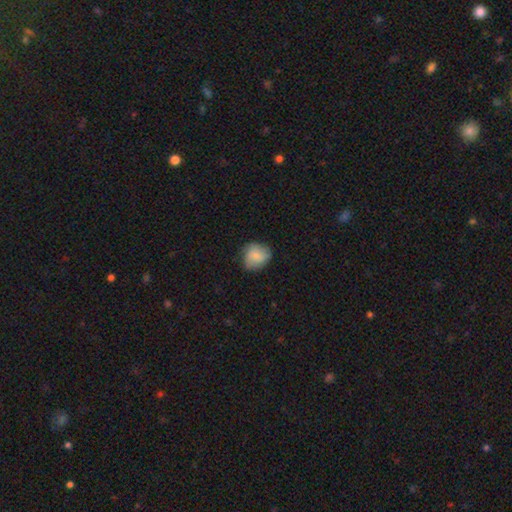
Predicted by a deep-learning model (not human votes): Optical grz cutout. It shows a smooth galaxy with no disk features (77%) that is round (73%). Merging: none (68%).